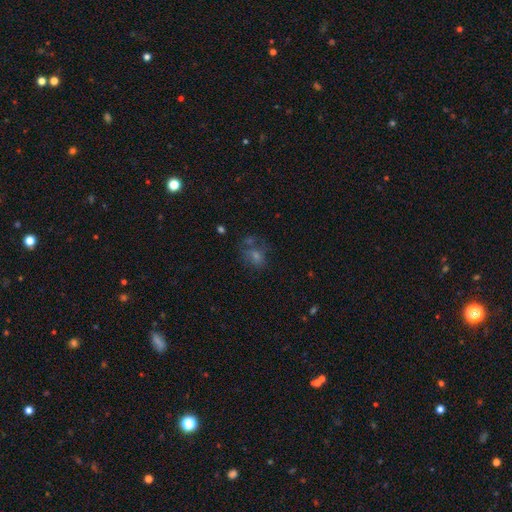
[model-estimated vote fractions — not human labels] This appears to be a smooth galaxy with no disk features (46%). Merging: none (54%).